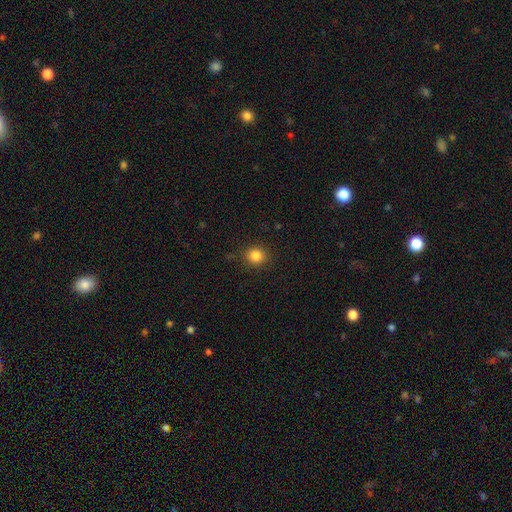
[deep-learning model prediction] Q: Smooth or featured?
A: smooth (84%); runner-up: star or artifact (11%)
Q: How rounded?
A: round (86%); runner-up: in between (13%)
Q: Merging?
A: none (88%); runner-up: minor disturbance (8%)